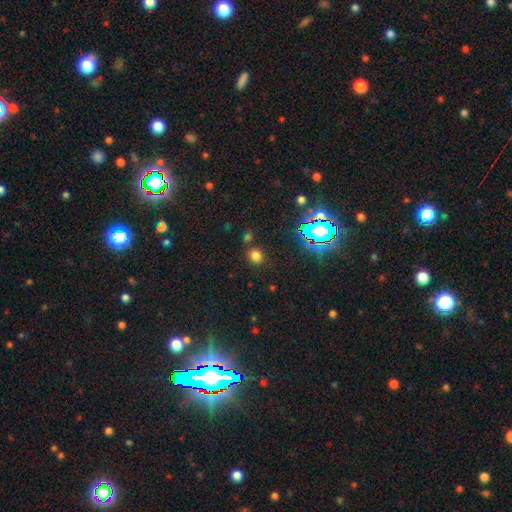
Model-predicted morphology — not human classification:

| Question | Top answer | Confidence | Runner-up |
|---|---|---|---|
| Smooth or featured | smooth | 71% | star or artifact (23%) |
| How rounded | round | 75% | in between (24%) |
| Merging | none | 81% | minor disturbance (9%) |